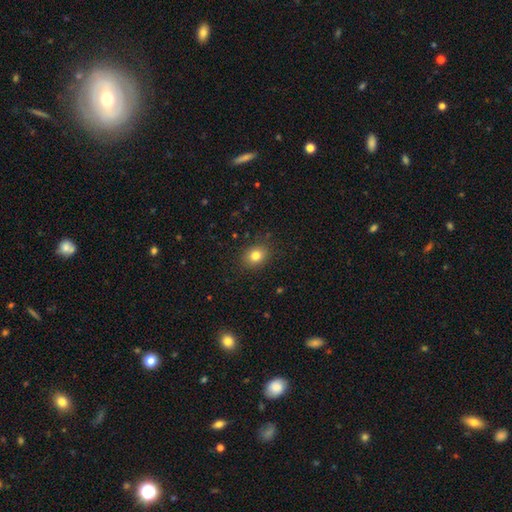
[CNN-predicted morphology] smooth 81%, star or artifact 11%, featured or disk 8%. Down the decision tree: how rounded — round (52%); merging — none (88%).